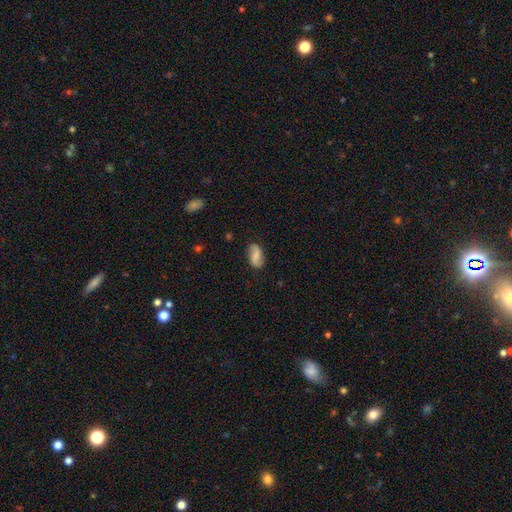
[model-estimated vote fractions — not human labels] The model was most divided on "smooth or featured": smooth: 50%, featured or disk: 41%, star or artifact: 8%. More confident: how rounded — in between (90%); merging — none (79%).